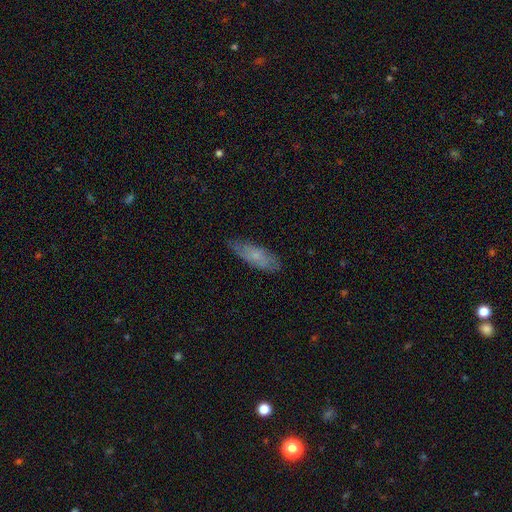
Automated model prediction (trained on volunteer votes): Q: Smooth or featured?
A: smooth (59%); runner-up: featured or disk (34%)
Q: How rounded?
A: in between (59%); runner-up: cigar-shaped (39%)
Q: Merging?
A: none (73%); runner-up: minor disturbance (21%)